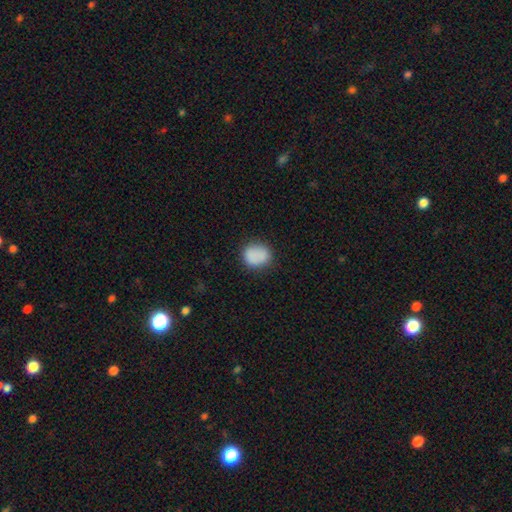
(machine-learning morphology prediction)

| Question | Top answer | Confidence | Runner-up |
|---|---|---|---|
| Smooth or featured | smooth | 85% | star or artifact (9%) |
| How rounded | round | 71% | in between (28%) |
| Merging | none | 80% | minor disturbance (15%) |